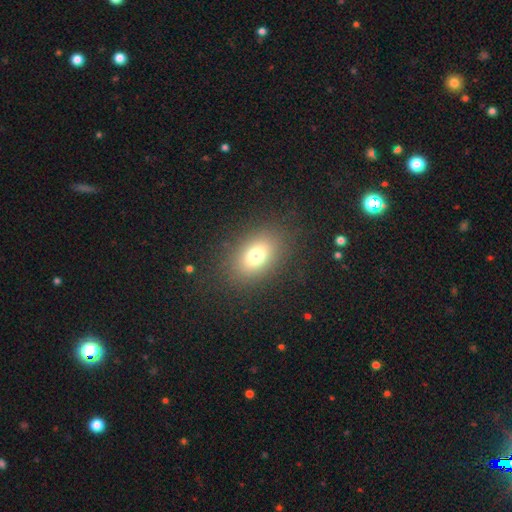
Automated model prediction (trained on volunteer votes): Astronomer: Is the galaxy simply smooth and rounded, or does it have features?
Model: smooth — 74%.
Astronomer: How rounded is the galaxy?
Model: in between — 75%.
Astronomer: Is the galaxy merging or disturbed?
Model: none — 84%.